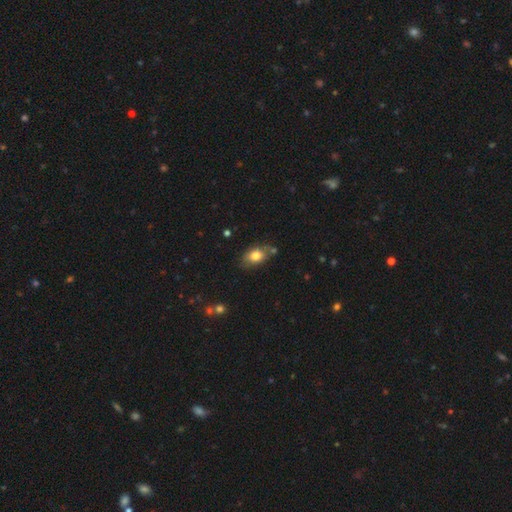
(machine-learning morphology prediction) Overall: smooth (80%). How rounded: in between (82%). Merging: none (70%).